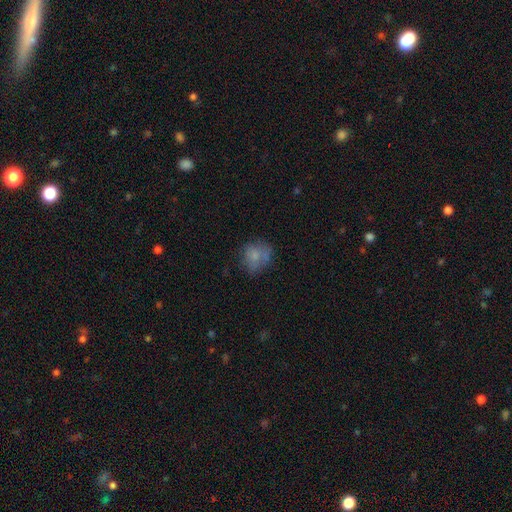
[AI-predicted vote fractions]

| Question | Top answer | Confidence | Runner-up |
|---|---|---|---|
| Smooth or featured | smooth | 72% | featured or disk (17%) |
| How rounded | round | 72% | in between (27%) |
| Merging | none | 54% | minor disturbance (25%) |